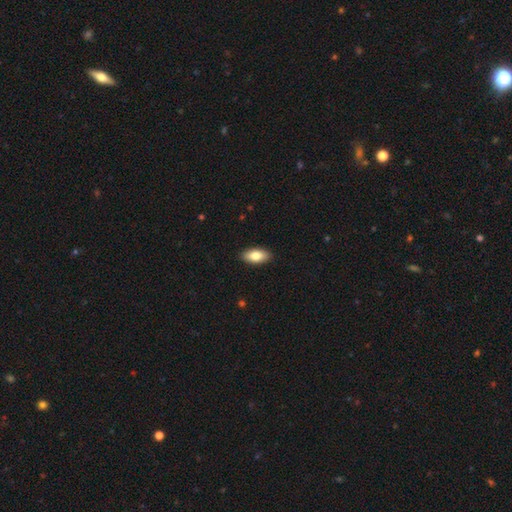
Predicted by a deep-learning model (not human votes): smooth 82%, featured or disk 12%, star or artifact 6%. Down the decision tree: how rounded — in between (91%); merging — none (90%).